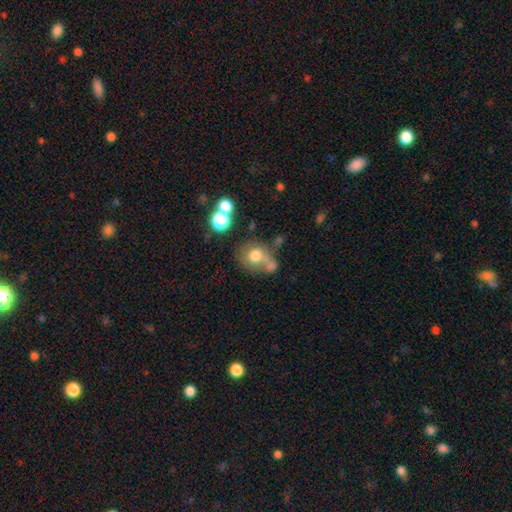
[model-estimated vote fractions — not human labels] Morphology: type=smooth (65%); roundness=round (73%); merging=none (40%).